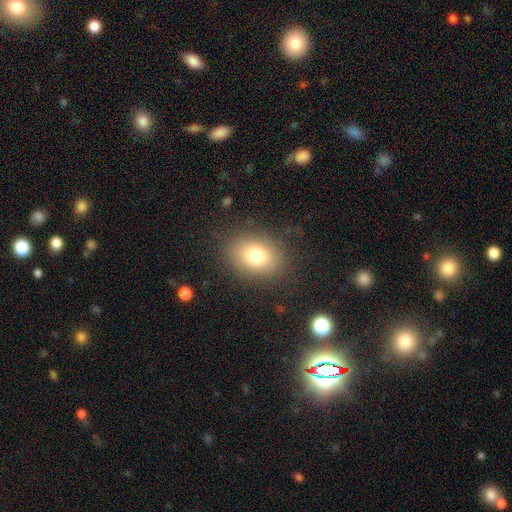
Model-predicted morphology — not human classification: This is likely a smooth galaxy (78%). How rounded: possibly in between (59%). Merging: clearly none (83%).